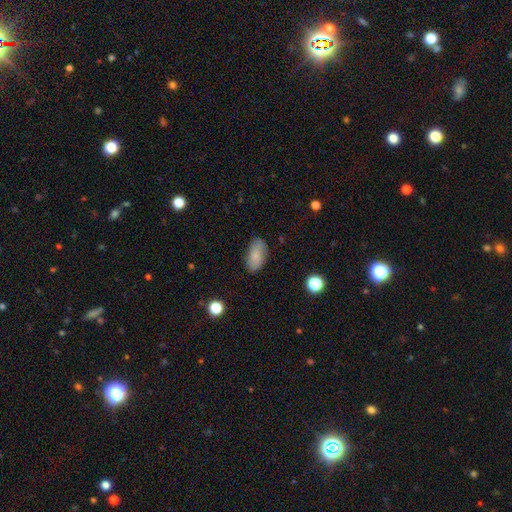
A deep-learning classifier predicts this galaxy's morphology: Overall: smooth (83%). How rounded: in between (93%). Merging: none (81%).